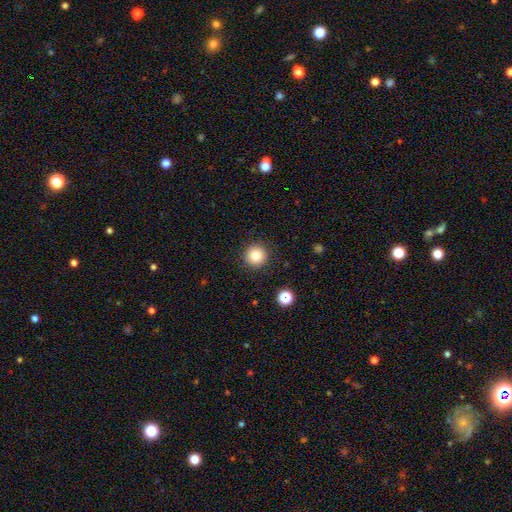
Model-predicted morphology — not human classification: A smooth galaxy with no disk features (85%) that is round (95%).

Vote fractions:
- Smooth or featured? smooth: 85% / star or artifact: 11% / featured or disk: 5%
- How rounded? round: 95% / in between: 4% / cigar-shaped: 1%
- Merging? none: 90% / minor disturbance: 6% / major disturbance: 2% / merger: 1%